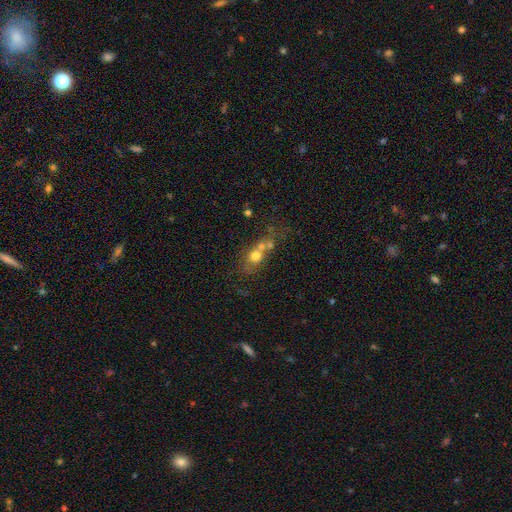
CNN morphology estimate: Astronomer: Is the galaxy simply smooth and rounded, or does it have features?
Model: smooth — 62%.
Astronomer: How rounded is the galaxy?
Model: round — 57% (runner-up: in between, 36%).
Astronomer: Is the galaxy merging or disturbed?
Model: merger — 49% (runner-up: none, 32%).